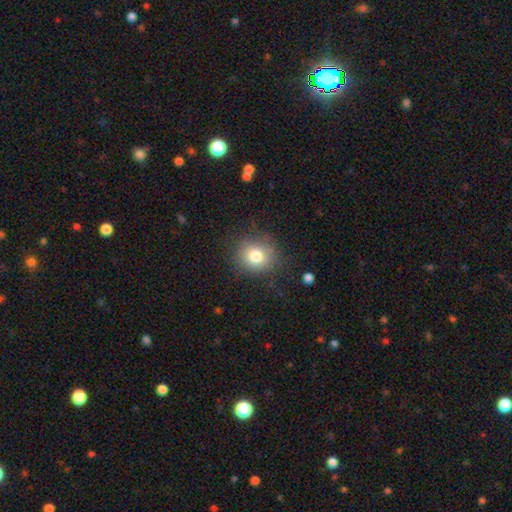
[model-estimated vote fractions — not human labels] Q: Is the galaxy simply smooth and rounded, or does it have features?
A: smooth — 78%.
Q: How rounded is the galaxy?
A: round — 81%.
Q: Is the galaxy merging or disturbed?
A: none — 80%.